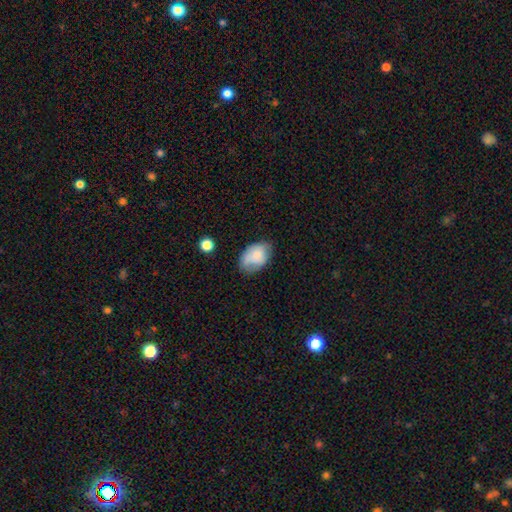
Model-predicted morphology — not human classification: smooth-or-featured: smooth: 75% | featured or disk: 18% | star or artifact: 8%
  how-rounded: in between: 89% | round: 10% | cigar-shaped: 1%
  merging: none: 60% | minor disturbance: 30% | major disturbance: 7% | merger: 3%